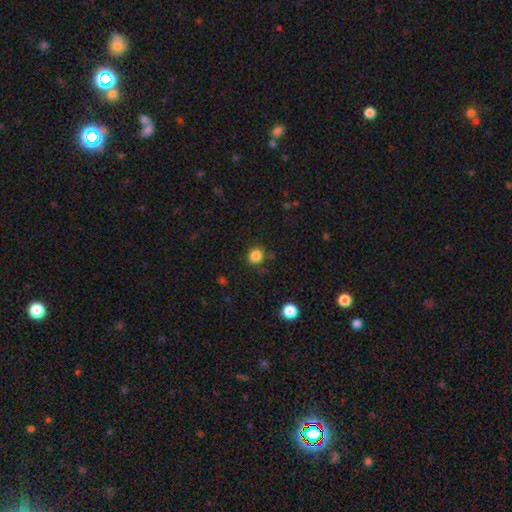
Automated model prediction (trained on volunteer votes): Smooth or featured? Predicted: smooth (p=0.85). How rounded? Predicted: round (p=0.89). Merging? Predicted: none (p=0.84).